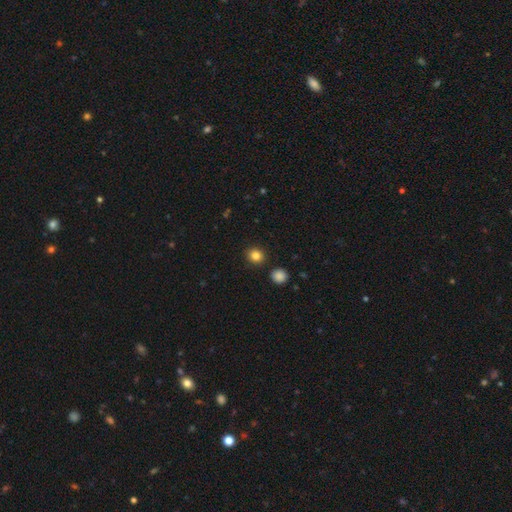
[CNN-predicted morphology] A smooth galaxy with no disk features (84%) that is round (82%).

Vote fractions:
- Smooth or featured? smooth: 84% / star or artifact: 11% / featured or disk: 5%
- How rounded? round: 82% / in between: 17% / cigar-shaped: 1%
- Merging? none: 89% / minor disturbance: 6% / merger: 3% / major disturbance: 2%